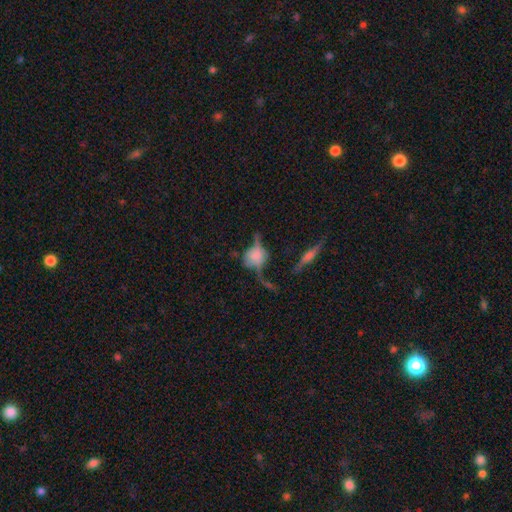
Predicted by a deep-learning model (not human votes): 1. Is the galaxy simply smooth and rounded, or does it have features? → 45% featured or disk, 43% smooth, 12% star or artifact.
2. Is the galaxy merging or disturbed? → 41% none, 23% major disturbance, 23% minor disturbance, 13% merger.